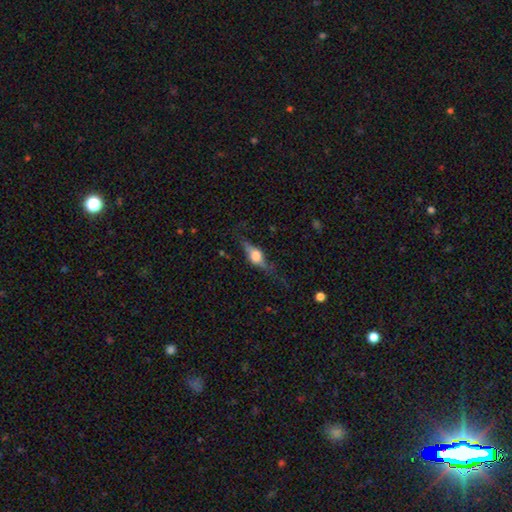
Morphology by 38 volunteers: smooth-or-featured: featured or disk: 63% | smooth: 32% | star or artifact: 5%
  disk-edge-on: yes: 96% | no: 4%
    edge-on-bulge: rounded: 91% | boxy: 9% | none: 0%
  merging: none: 64% | minor disturbance: 22% | major disturbance: 11% | merger: 3%